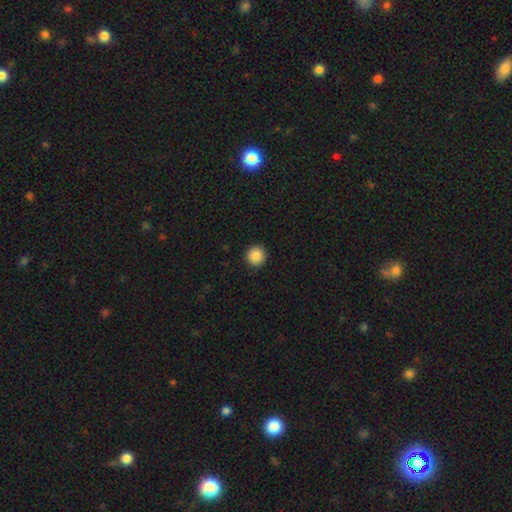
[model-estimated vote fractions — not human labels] Smooth or featured? smooth (87%)
How rounded? round (96%)
Merging? none (93%)